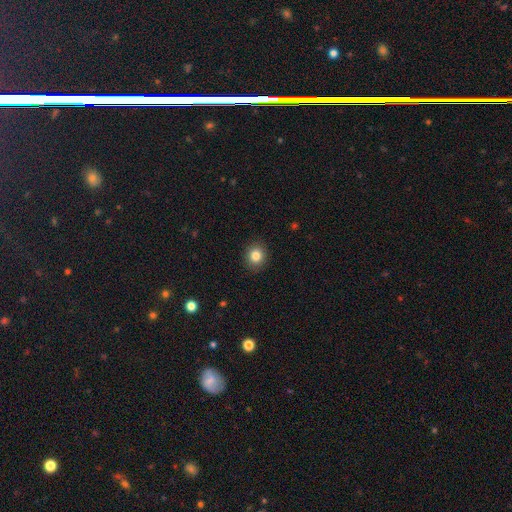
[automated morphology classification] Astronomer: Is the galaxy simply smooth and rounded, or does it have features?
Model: smooth — 83%.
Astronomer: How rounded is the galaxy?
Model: round — 79%.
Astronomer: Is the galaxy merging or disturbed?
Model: none — 91%.